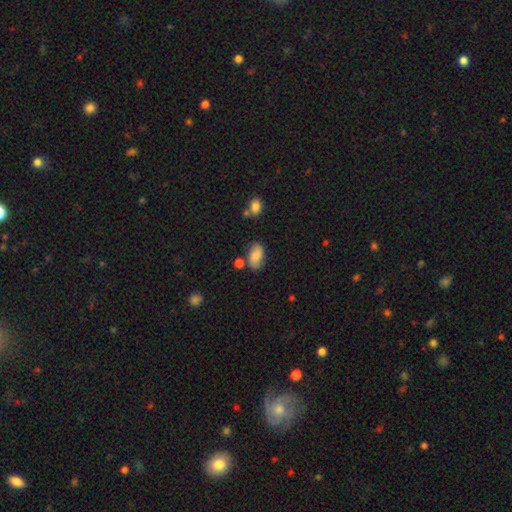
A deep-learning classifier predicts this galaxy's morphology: This appears to be a smooth galaxy with no disk features (73%) that is in between round and cigar-shaped (91%). Merging: none (65%).